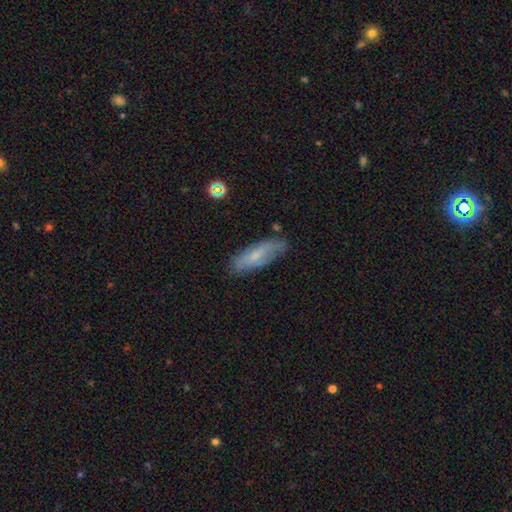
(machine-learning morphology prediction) Smooth or featured?
  - smooth: 62% *
  - featured or disk: 31%
  - star or artifact: 7%
How rounded?
  - in between: 52% *
  - cigar-shaped: 46%
  - round: 2%
Merging?
  - none: 73% *
  - minor disturbance: 20%
  - major disturbance: 4%
  - merger: 2%